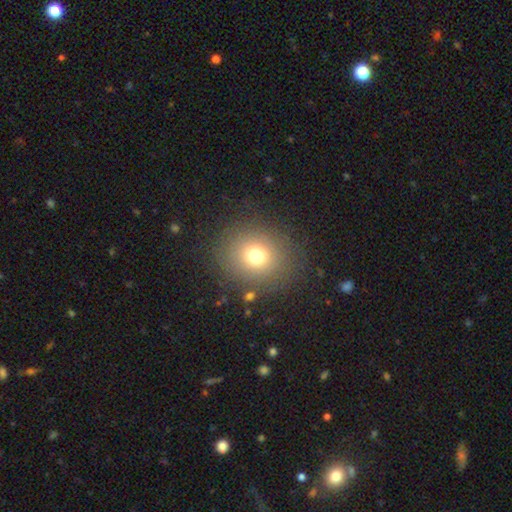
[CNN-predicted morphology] Smooth or featured? Predicted: smooth (p=0.72). How rounded? Predicted: round (p=0.76). Merging? Predicted: none (p=0.83).